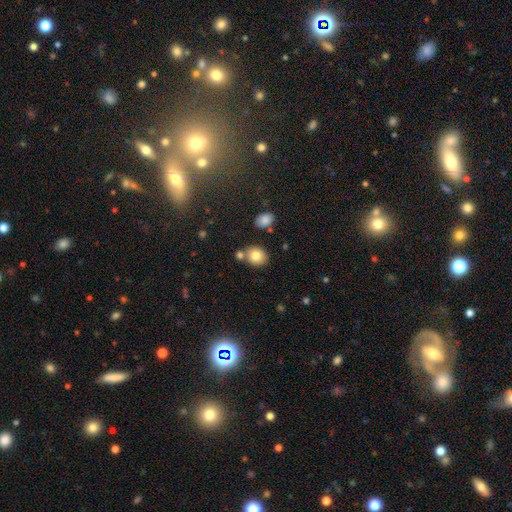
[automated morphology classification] Smooth or featured: smooth — 80% (featured or disk — 10%)
How rounded: round — 66% (in between — 33%)
Merging: none — 70% (merger — 17%)